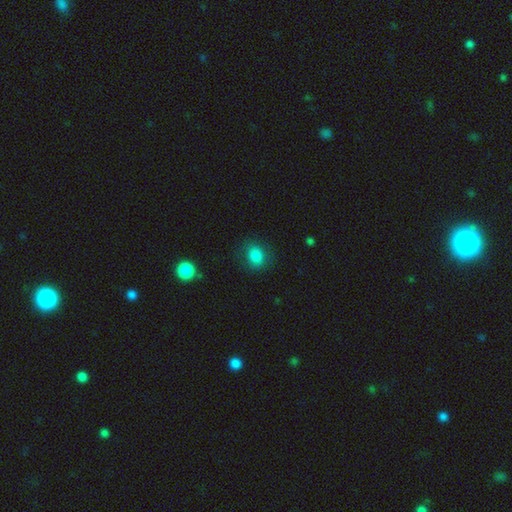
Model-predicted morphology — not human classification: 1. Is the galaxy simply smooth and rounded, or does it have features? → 84% smooth, 9% star or artifact, 7% featured or disk.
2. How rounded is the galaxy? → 51% round, 48% in between, 1% cigar-shaped.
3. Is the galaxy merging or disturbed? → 79% none, 14% minor disturbance, 5% major disturbance, 1% merger.